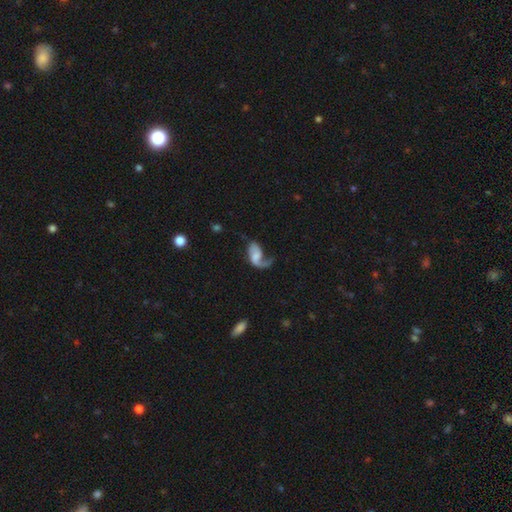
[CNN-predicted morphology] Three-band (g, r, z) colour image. It shows a featured or disk galaxy (65%) with no bar (58%), 1 (62%) loose (68%) spiral arms (87%) and no central bulge (36%). Merging: major disturbance (45%).